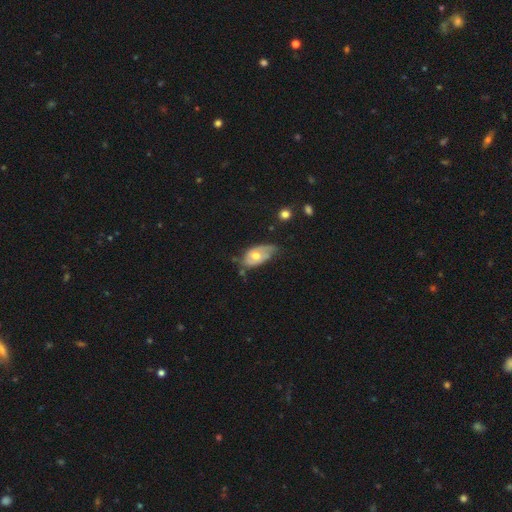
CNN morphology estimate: Q: Smooth or featured?
A: featured or disk (48%); runner-up: smooth (45%)
Q: Merging?
A: minor disturbance (42%); runner-up: none (37%)